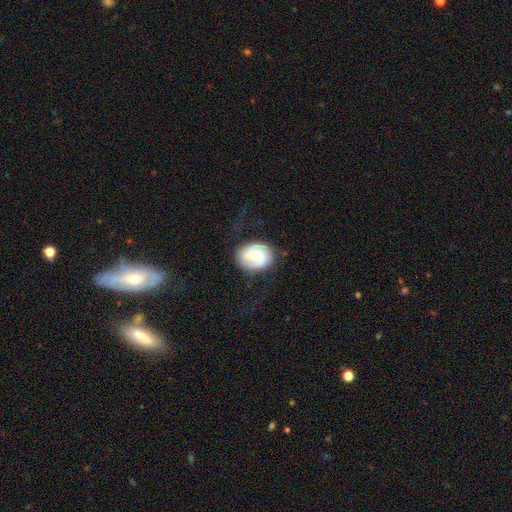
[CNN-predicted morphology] Smooth or featured?
  - smooth: 46% * (tied)
  - featured or disk: 46% * (tied)
  - star or artifact: 8%
Merging?
  - none: 61% *
  - minor disturbance: 22%
  - major disturbance: 15%
  - merger: 2%